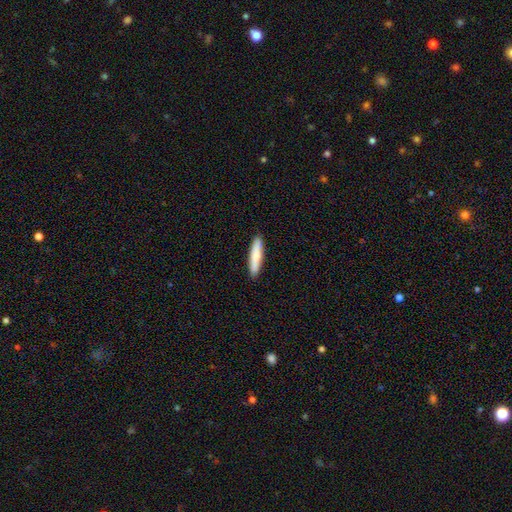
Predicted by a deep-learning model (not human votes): smooth-or-featured: smooth: 76% | featured or disk: 18% | star or artifact: 5%
  how-rounded: cigar-shaped: 85% | in between: 13% | round: 1%
  merging: none: 90% | minor disturbance: 7% | major disturbance: 1% | merger: 1%